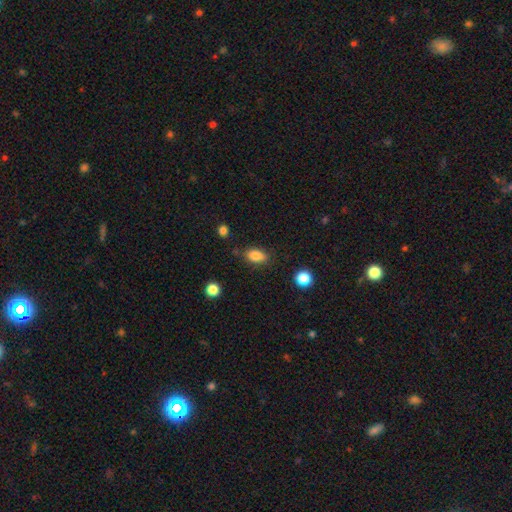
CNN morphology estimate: smooth 84%, star or artifact 9%, featured or disk 7%. Down the decision tree: how rounded — in between (86%); merging — none (78%).